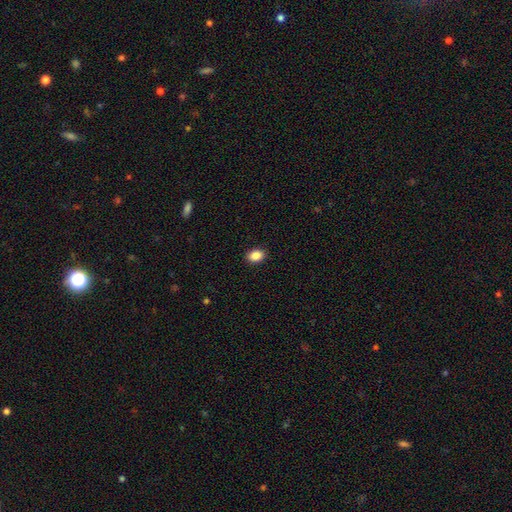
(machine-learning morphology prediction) Q: Smooth or featured?
A: smooth (87%); runner-up: star or artifact (9%)
Q: How rounded?
A: in between (76%); runner-up: round (23%)
Q: Merging?
A: none (90%); runner-up: minor disturbance (7%)